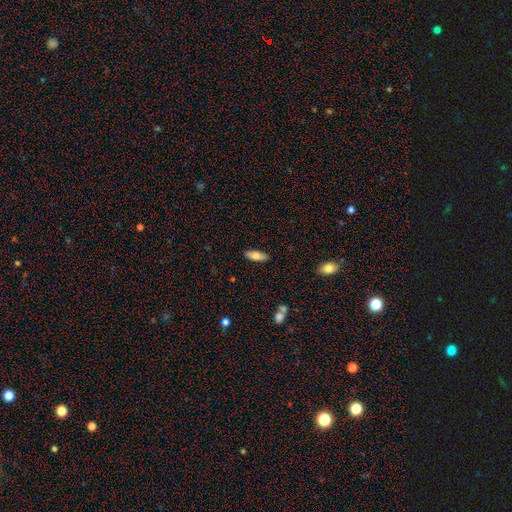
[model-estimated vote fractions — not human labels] The model was most divided on "how rounded": in between: 70%, cigar-shaped: 27%, round: 2%. More confident: merging — none (88%); smooth or featured — smooth (72%).